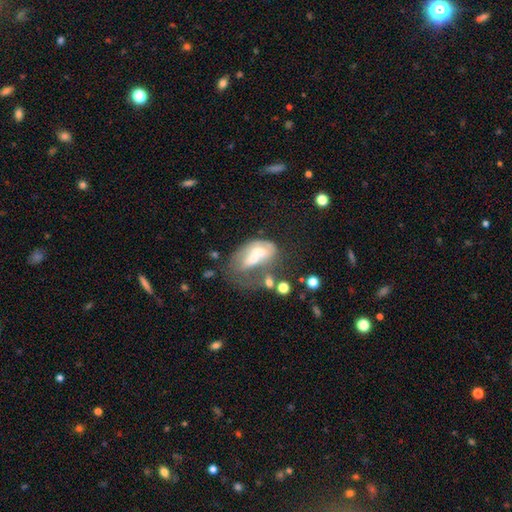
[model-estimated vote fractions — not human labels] A featured or disk galaxy (52%). Merging: merger (48%).